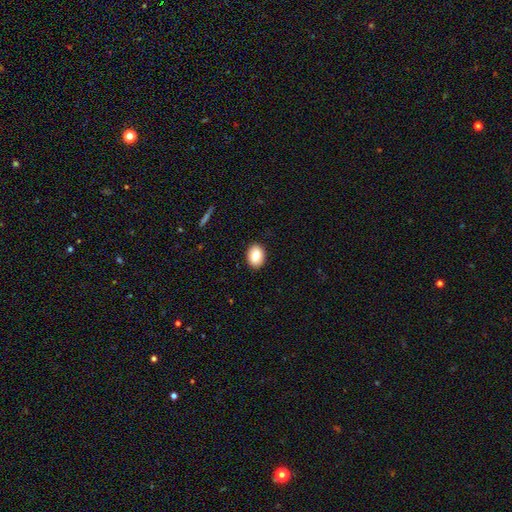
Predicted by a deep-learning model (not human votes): Overall: smooth (84%). How rounded: in between (72%). Merging: none (90%).